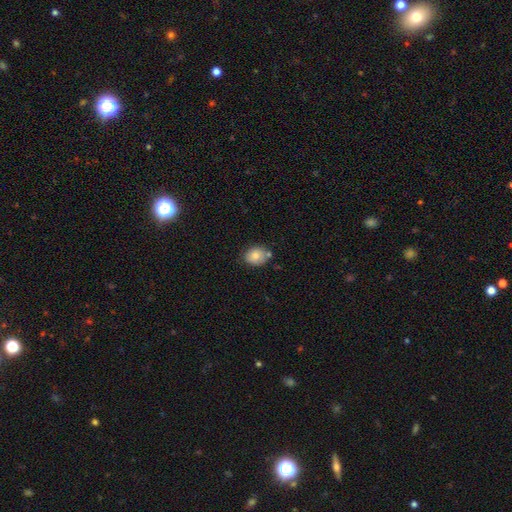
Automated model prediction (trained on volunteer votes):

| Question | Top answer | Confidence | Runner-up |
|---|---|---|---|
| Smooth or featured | smooth | 81% | featured or disk (10%) |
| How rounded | round | 54% | in between (45%) |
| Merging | none | 70% | minor disturbance (17%) |